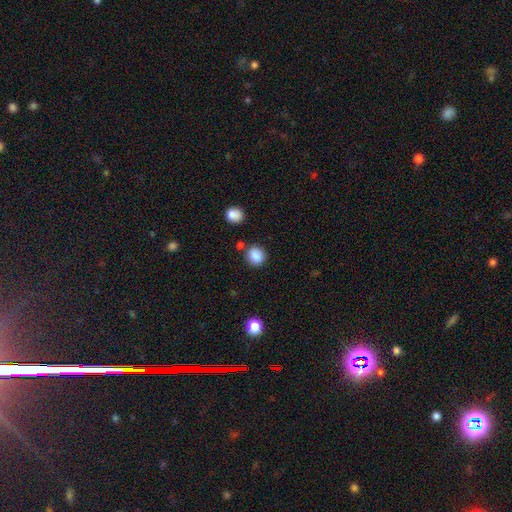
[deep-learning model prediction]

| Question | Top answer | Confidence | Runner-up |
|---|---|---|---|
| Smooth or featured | smooth | 87% | star or artifact (10%) |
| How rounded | round | 81% | in between (18%) |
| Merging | none | 79% | minor disturbance (11%) |